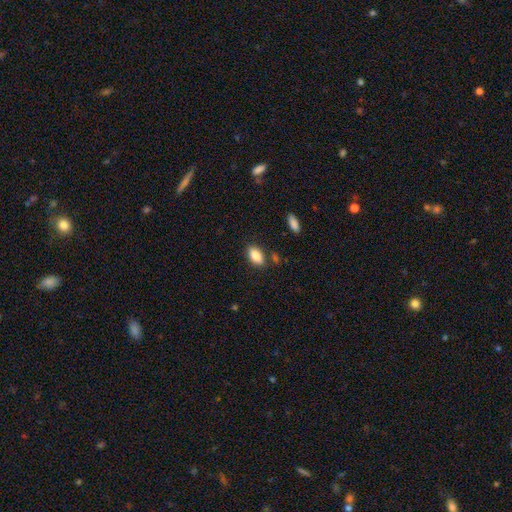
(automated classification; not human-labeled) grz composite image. It shows a smooth galaxy with no disk features (85%) that is in between round and cigar-shaped (90%). Merging: none (81%).